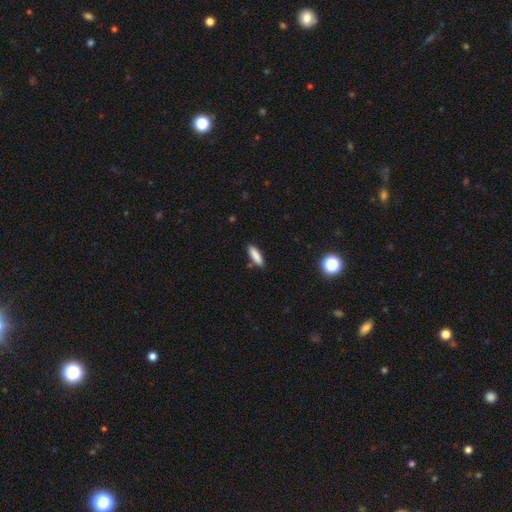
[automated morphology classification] A smooth galaxy with no disk features (86%) that is cigar-shaped (59%). Merging: none (86%).